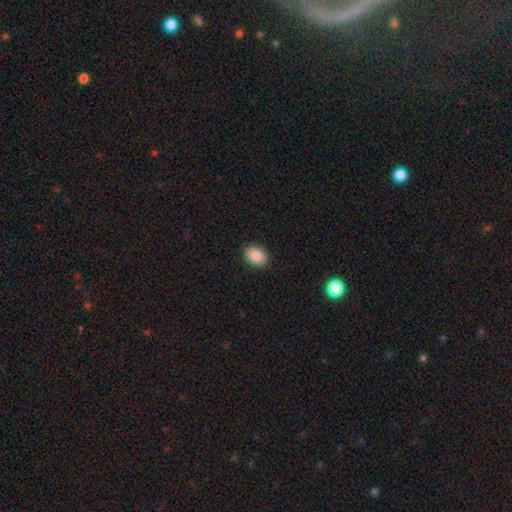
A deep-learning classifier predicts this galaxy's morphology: type=smooth (89%); roundness=in between (76%); merging=none (90%).